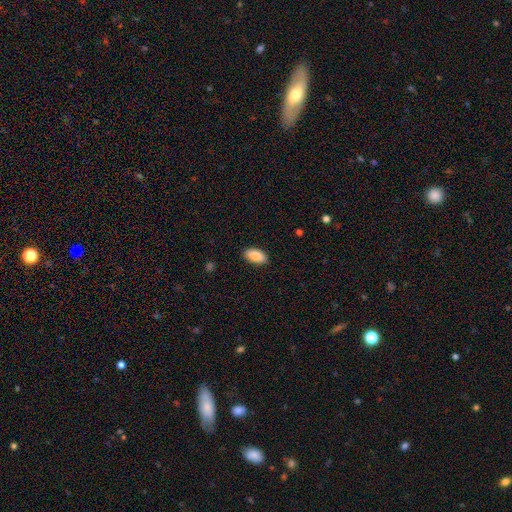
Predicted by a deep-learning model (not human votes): Smooth or featured? smooth (89%)
How rounded? in between (94%)
Merging? none (89%)